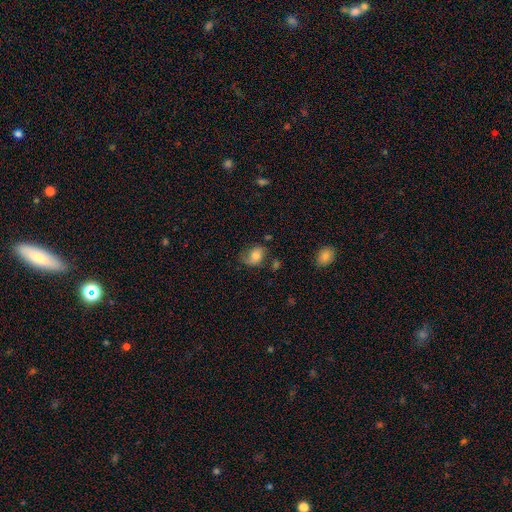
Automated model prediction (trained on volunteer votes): Smooth or featured? smooth (65%)
How rounded? in between (64%)
Merging? none (54%)